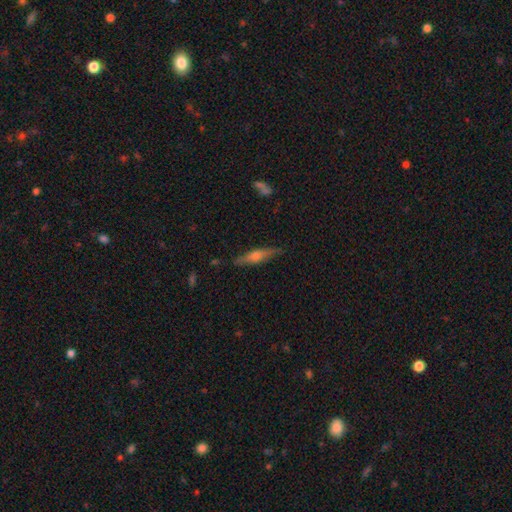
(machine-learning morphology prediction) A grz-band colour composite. It shows a featured or disk galaxy (61%) viewed edge-on (94%) with a rounded central bulge (81%). Merging: none (85%).